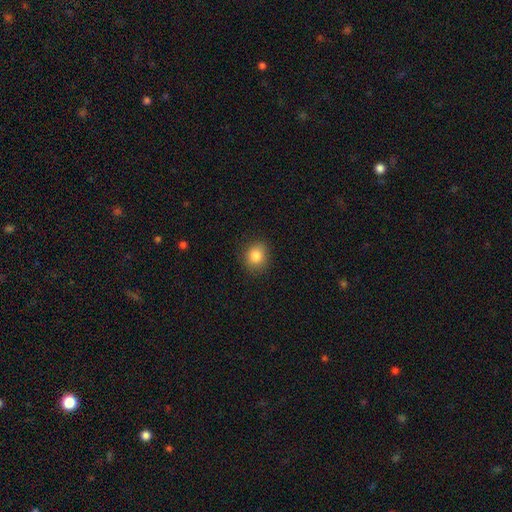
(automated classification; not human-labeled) Smooth or featured? smooth (84%)
How rounded? round (71%)
Merging? none (87%)